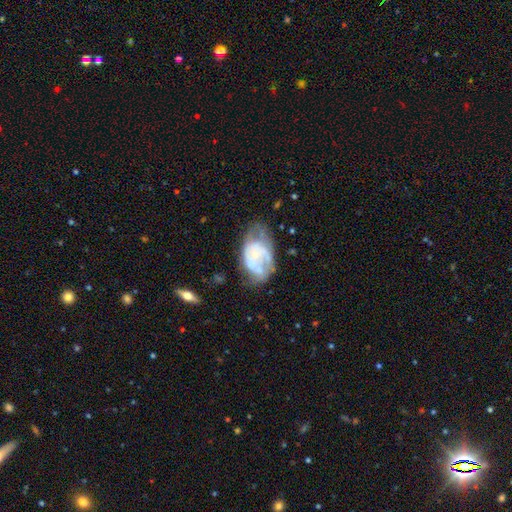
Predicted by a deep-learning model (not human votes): featured or disk 69%, smooth 24%, star or artifact 7%. Down the decision tree: edge-on disk — no (97%); bar — no (76%); spiral arms — yes (68%); bulge size — small (64%); merging — none (37%).